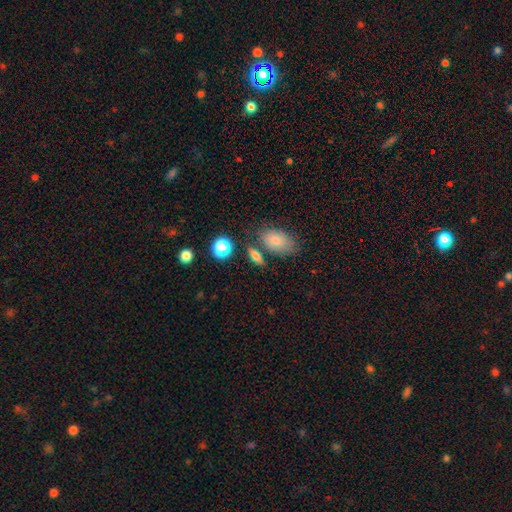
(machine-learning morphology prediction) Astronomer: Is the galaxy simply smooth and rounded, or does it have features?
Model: smooth — 75%.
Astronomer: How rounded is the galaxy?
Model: in between — 69%.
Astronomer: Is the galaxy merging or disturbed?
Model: none — 72%.